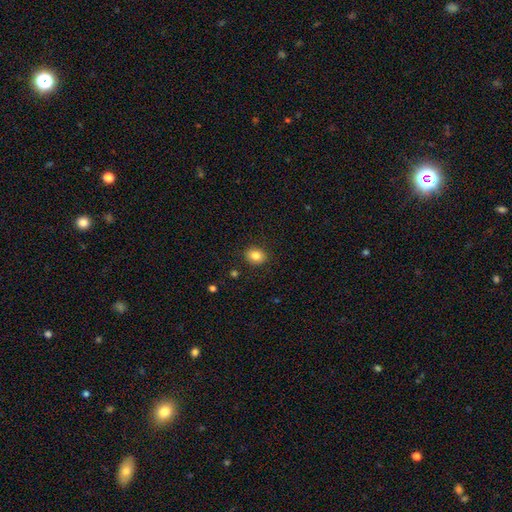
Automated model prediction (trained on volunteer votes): smooth 83%, star or artifact 10%, featured or disk 7%. Down the decision tree: how rounded — round (51%); merging — none (88%).